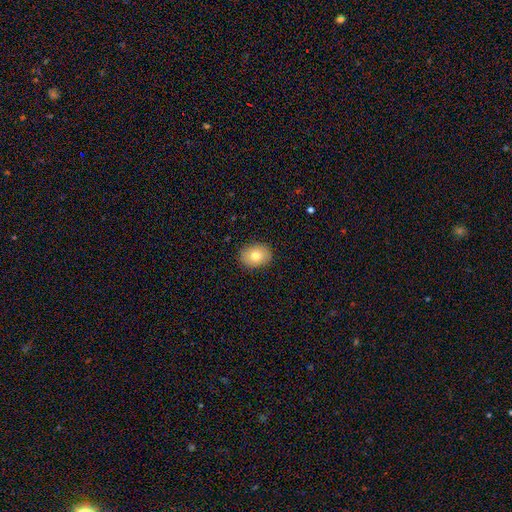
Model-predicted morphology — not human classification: A smooth galaxy with no disk features (78%) that is in between round and cigar-shaped (58%). Merging: none (88%).